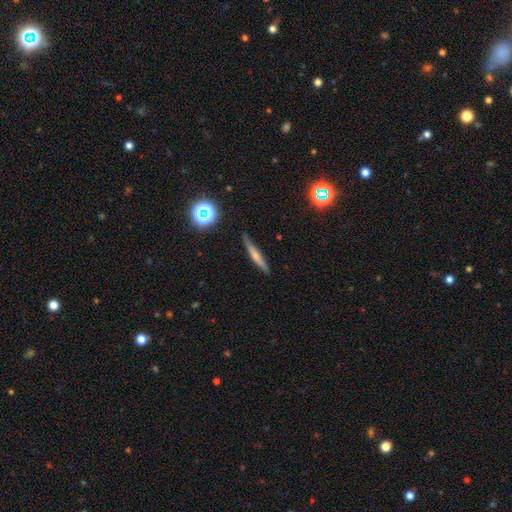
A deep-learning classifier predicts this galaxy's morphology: This is possibly a smooth galaxy (53%). How rounded: clearly cigar-shaped (92%). Merging: clearly none (85%).